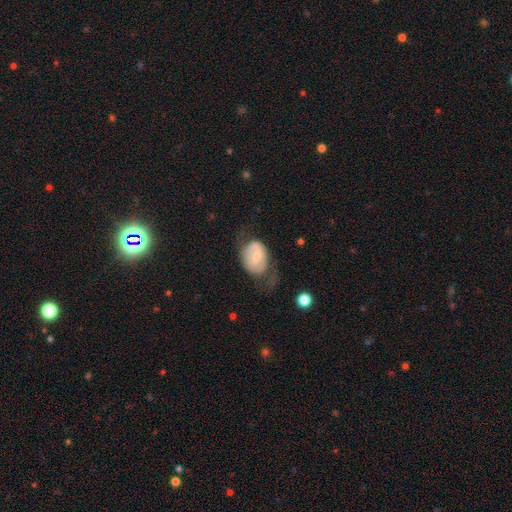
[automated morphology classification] The model was most divided on "bar": no: 43%, weak: 41%, strong: 16%. Remaining: edge-on disk — no (95%); smooth or featured — featured or disk (56%); spiral arms — yes (52%); bulge size — small (48%); merging — none (36%).